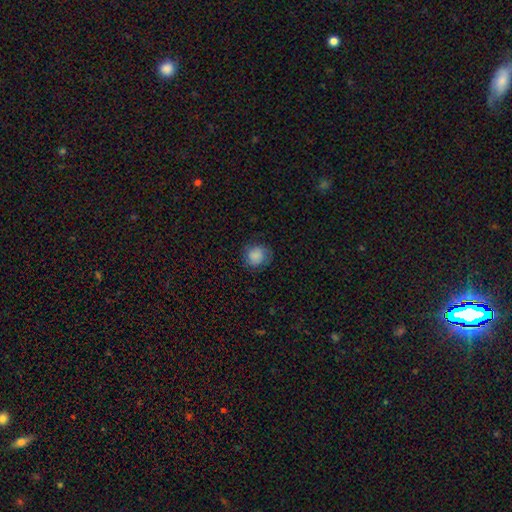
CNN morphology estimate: A smooth galaxy with no disk features (81%) that is round (79%). Merging: none (74%).